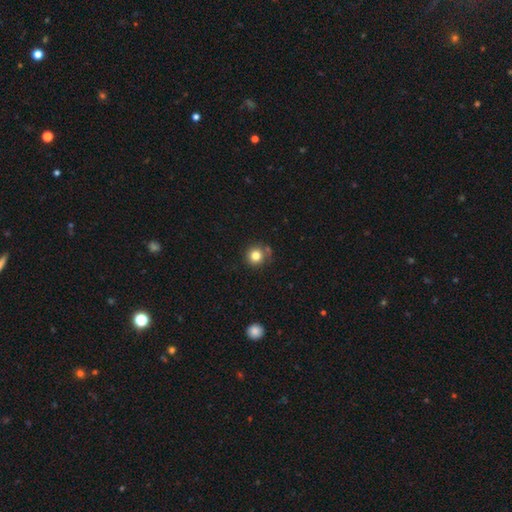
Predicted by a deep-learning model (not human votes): smooth_or_featured: smooth (p=0.81) [alt: star or artifact p=0.12]
how_rounded: round (p=0.93) [alt: in between p=0.06]
merging: none (p=0.77) [alt: minor disturbance p=0.12]